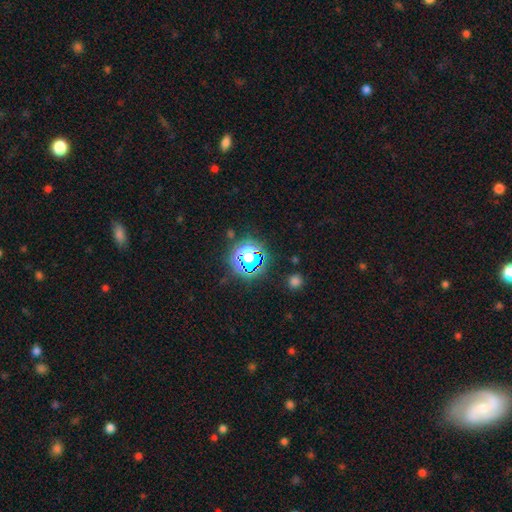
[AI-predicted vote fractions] This is likely a star or artifact rather than a galaxy (76%).